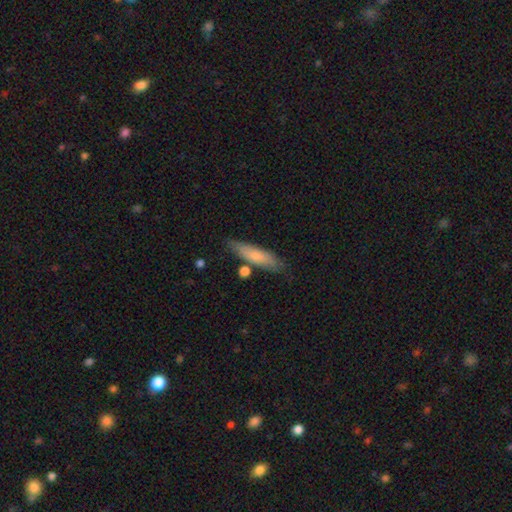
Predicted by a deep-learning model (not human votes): Smooth or featured? smooth (74%)
How rounded? cigar-shaped (71%)
Merging? none (75%)